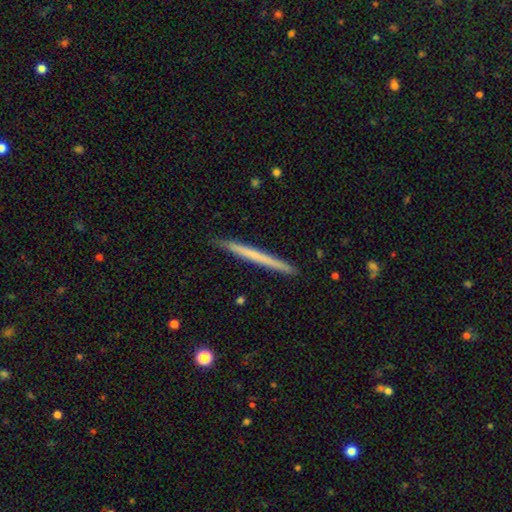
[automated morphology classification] Smooth or featured: smooth — 53% (featured or disk — 42%)
How rounded: cigar-shaped — 98% (in between — 1%)
Merging: none — 92% (minor disturbance — 6%)